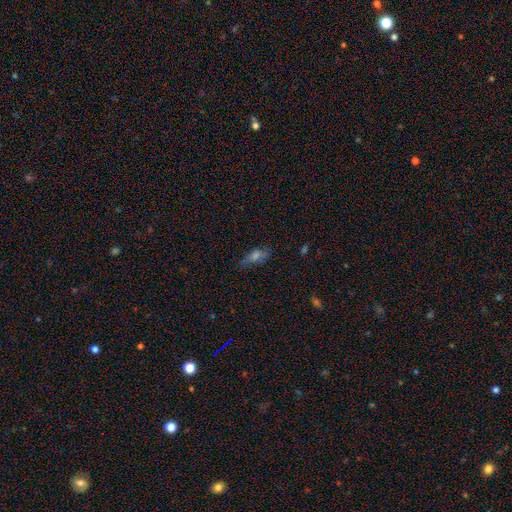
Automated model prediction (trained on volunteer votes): smooth_or_featured: smooth (p=0.53) [alt: featured or disk p=0.29]
how_rounded: in between (p=0.66) [alt: cigar-shaped p=0.28]
merging: none (p=0.67) [alt: minor disturbance p=0.22]